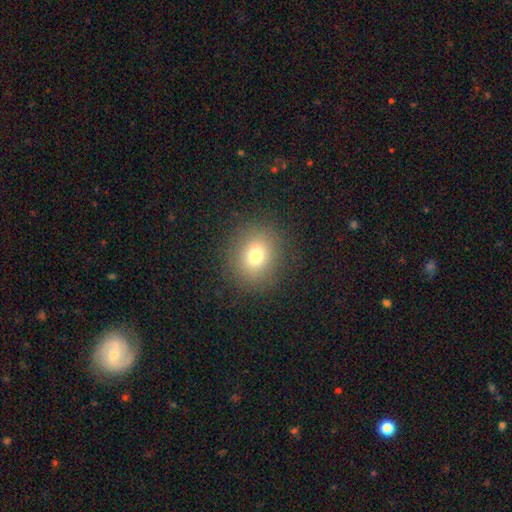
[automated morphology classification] Smooth or featured? smooth (73%)
How rounded? round (79%)
Merging? none (86%)